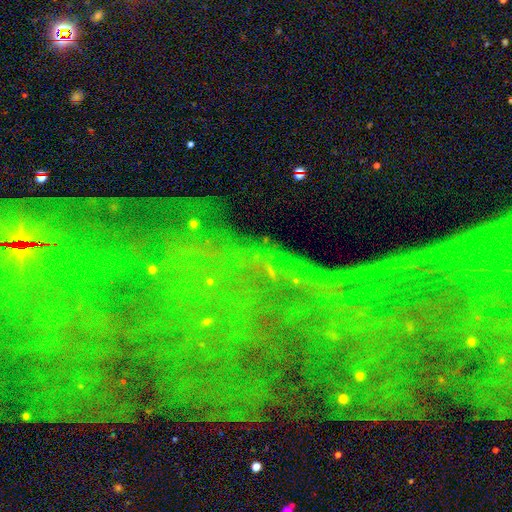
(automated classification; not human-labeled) smooth-or-featured: star or artifact: 80% | featured or disk: 12% | smooth: 8%